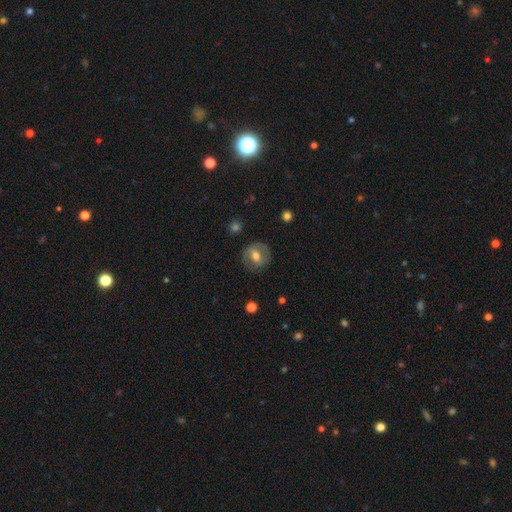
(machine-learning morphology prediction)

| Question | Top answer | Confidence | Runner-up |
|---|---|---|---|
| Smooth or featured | featured or disk | 52% | smooth (40%) |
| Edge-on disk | no | 95% | yes (5%) |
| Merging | none | 77% | minor disturbance (15%) |